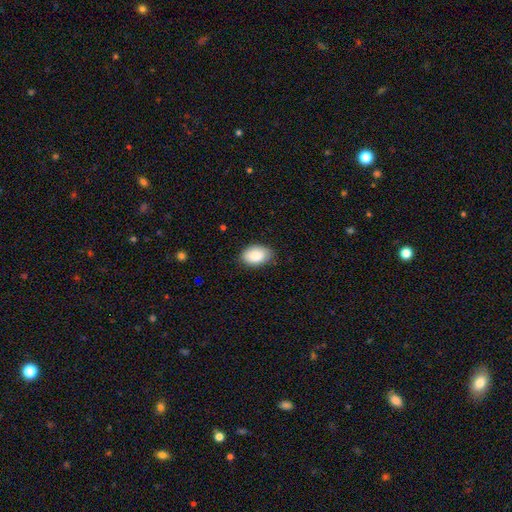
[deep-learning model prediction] smooth-or-featured: smooth: 87% | featured or disk: 7% | star or artifact: 6%
  how-rounded: in between: 91% | round: 8% | cigar-shaped: 1%
  merging: none: 81% | minor disturbance: 15% | major disturbance: 3% | merger: 1%